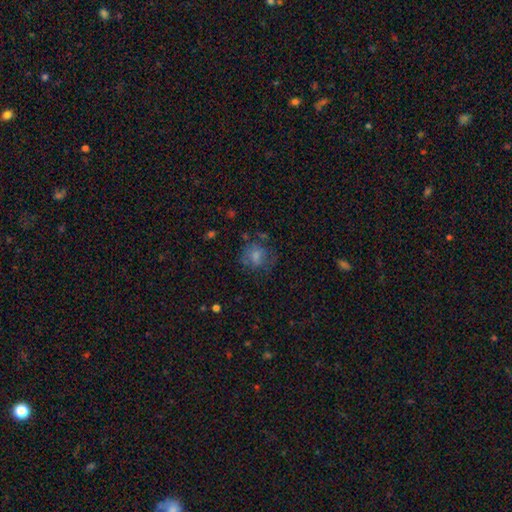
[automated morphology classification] Smooth or featured: smooth — 67% (featured or disk — 20%)
How rounded: round — 73% (in between — 26%)
Merging: none — 56% (minor disturbance — 22%)